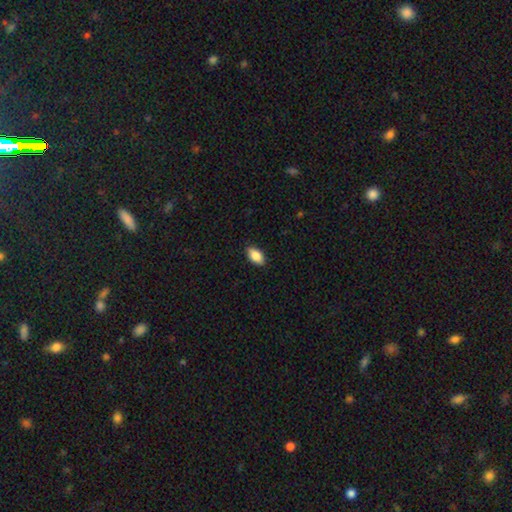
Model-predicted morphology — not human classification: Smooth or featured? Predicted: smooth (p=0.87). How rounded? Predicted: in between (p=0.93). Merging? Predicted: none (p=0.88).